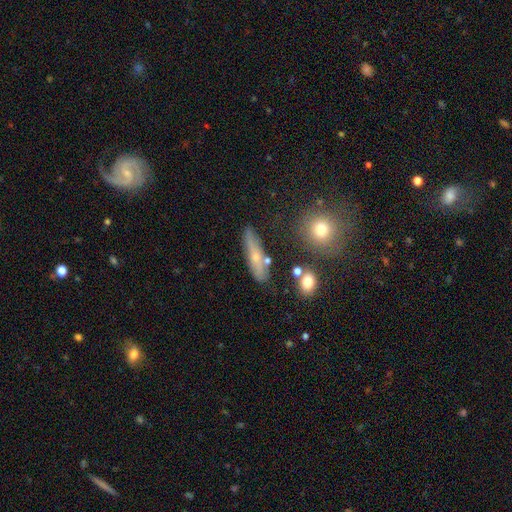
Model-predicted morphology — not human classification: The model was most divided on "smooth or featured": smooth: 48%, featured or disk: 39%, star or artifact: 12%. More confident: merging — none (78%).